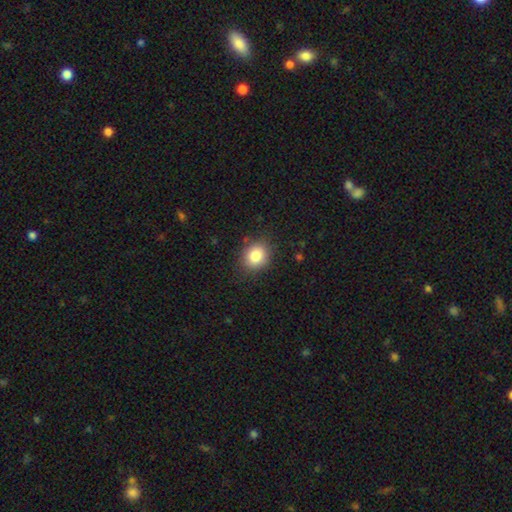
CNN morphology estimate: Smooth or featured: smooth — 85% (star or artifact — 9%)
How rounded: round — 60% (in between — 39%)
Merging: none — 85% (minor disturbance — 11%)